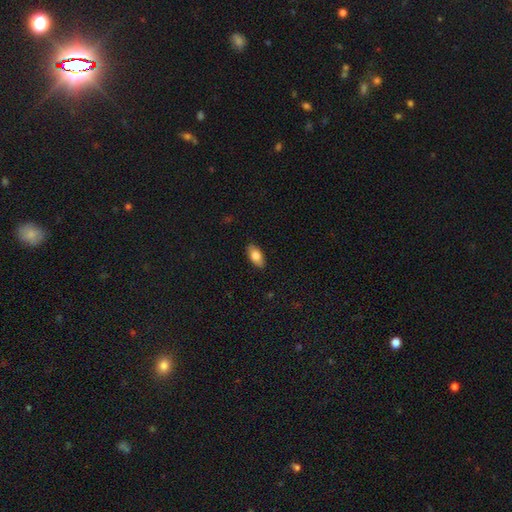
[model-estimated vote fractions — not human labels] smooth-or-featured: smooth: 79% | featured or disk: 15% | star or artifact: 6%
  how-rounded: in between: 90% | cigar-shaped: 7% | round: 3%
  merging: none: 88% | minor disturbance: 9% | major disturbance: 2% | merger: 1%